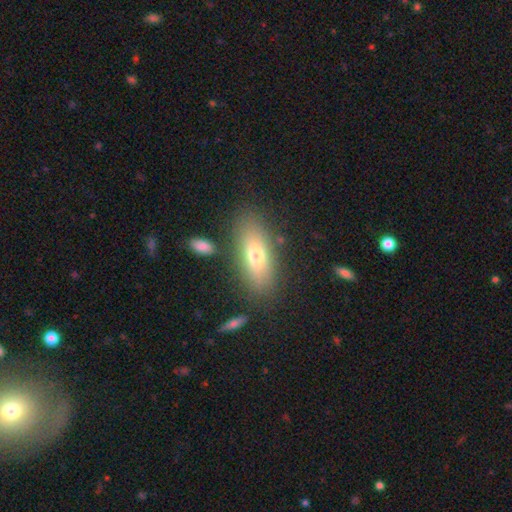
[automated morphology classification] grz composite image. It shows a smooth galaxy with no disk features (63%) that is in between round and cigar-shaped (68%). Merging: none (80%).